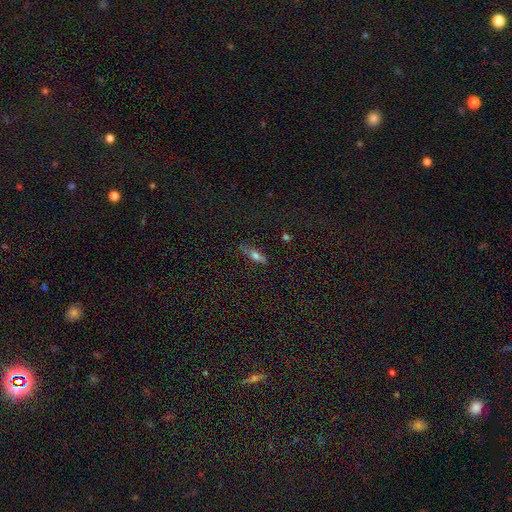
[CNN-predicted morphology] Smooth or featured?
  - smooth: 59% *
  - featured or disk: 29%
  - star or artifact: 12%
How rounded?
  - cigar-shaped: 51% *
  - in between: 44%
  - round: 5%
Merging?
  - none: 72% *
  - minor disturbance: 20%
  - major disturbance: 6%
  - merger: 3%